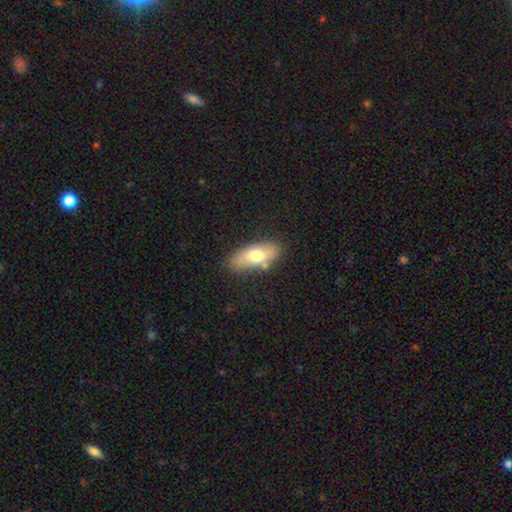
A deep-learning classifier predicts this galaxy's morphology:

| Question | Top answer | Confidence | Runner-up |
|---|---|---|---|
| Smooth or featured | smooth | 69% | featured or disk (24%) |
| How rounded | in between | 82% | cigar-shaped (15%) |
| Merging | none | 77% | minor disturbance (14%) |